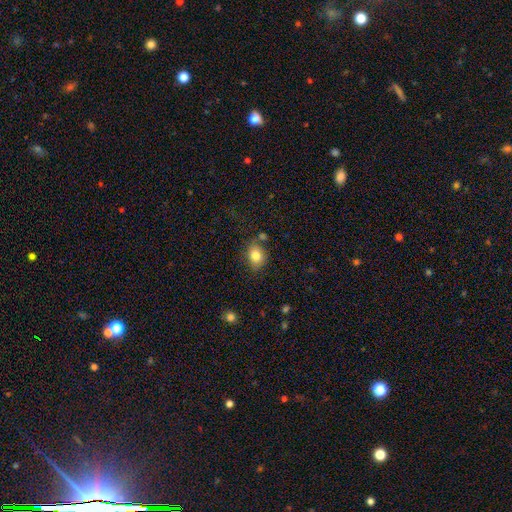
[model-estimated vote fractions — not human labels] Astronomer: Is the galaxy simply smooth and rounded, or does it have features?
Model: smooth — 82%.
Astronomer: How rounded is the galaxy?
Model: in between — 62% (runner-up: round, 37%).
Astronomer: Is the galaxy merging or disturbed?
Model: none — 74%.